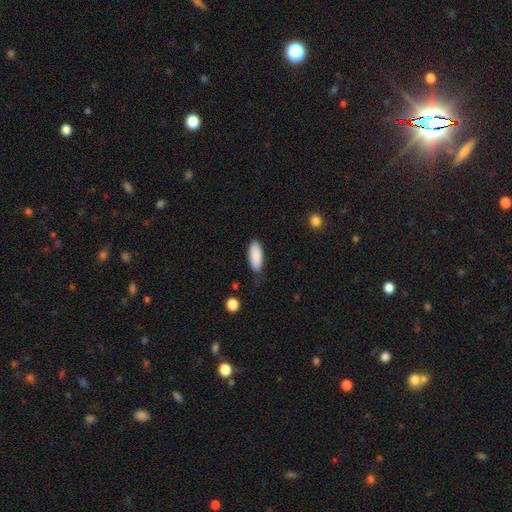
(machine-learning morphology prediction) smooth_or_featured: smooth (p=0.89) [alt: star or artifact p=0.06]
how_rounded: in between (p=0.78) [alt: cigar-shaped p=0.20]
merging: none (p=0.78) [alt: minor disturbance p=0.17]